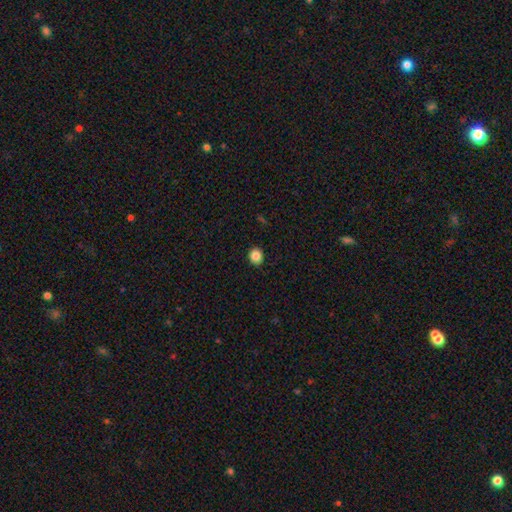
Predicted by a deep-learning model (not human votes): A smooth galaxy with no disk features (86%) that is round (80%). Merging: none (90%).